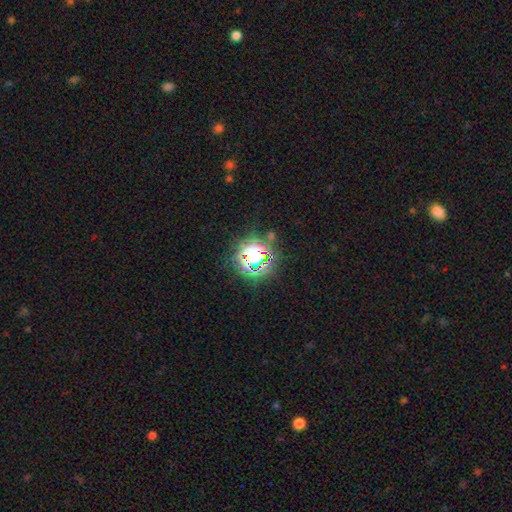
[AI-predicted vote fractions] smooth_or_featured: star or artifact (p=0.66) [alt: smooth p=0.23]